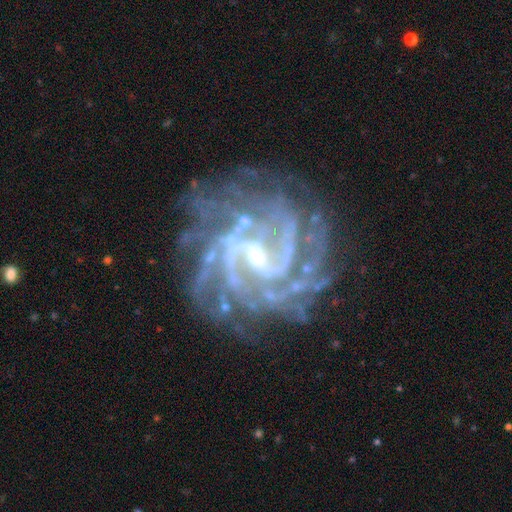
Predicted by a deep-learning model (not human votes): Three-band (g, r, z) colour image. It shows a featured or disk galaxy (91%) with a weak bar (50%), 2 (22%) tight (48%) spiral arms (98%) and a small central bulge (72%). Merging: none (71%).